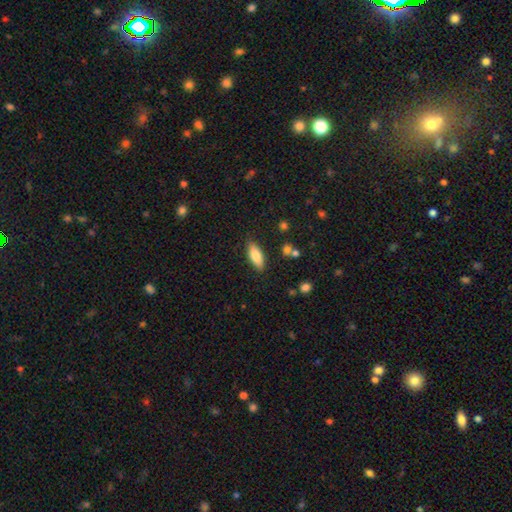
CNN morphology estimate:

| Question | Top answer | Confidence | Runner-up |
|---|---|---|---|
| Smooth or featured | smooth | 80% | featured or disk (13%) |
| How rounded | in between | 74% | cigar-shaped (24%) |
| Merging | none | 85% | minor disturbance (11%) |